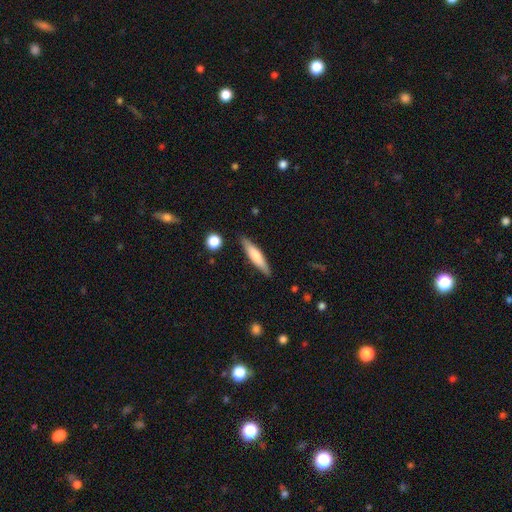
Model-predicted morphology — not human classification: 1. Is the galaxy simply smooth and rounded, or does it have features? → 66% smooth, 28% featured or disk, 6% star or artifact.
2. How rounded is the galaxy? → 80% cigar-shaped, 19% in between, 2% round.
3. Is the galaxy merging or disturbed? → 86% none, 10% minor disturbance, 2% major disturbance, 2% merger.